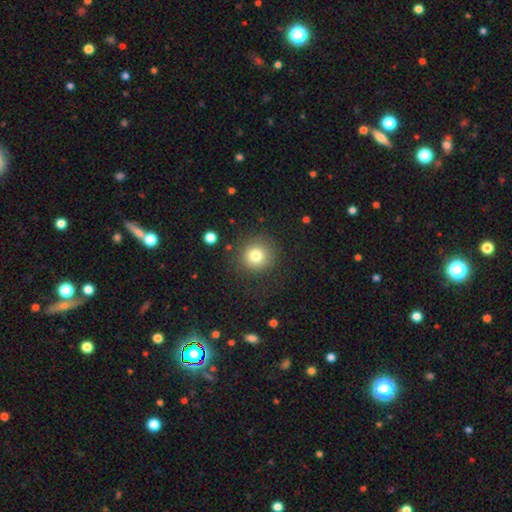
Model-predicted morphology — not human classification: This is likely a smooth galaxy (78%). How rounded: clearly round (93%). Merging: clearly none (84%).